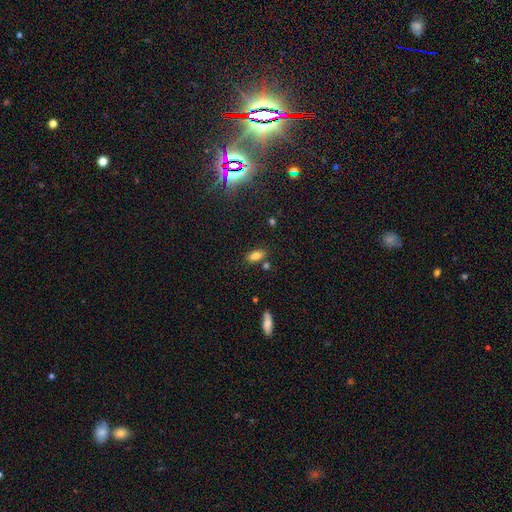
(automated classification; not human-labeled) Smooth or featured? smooth (82%)
How rounded? in between (87%)
Merging? none (77%)